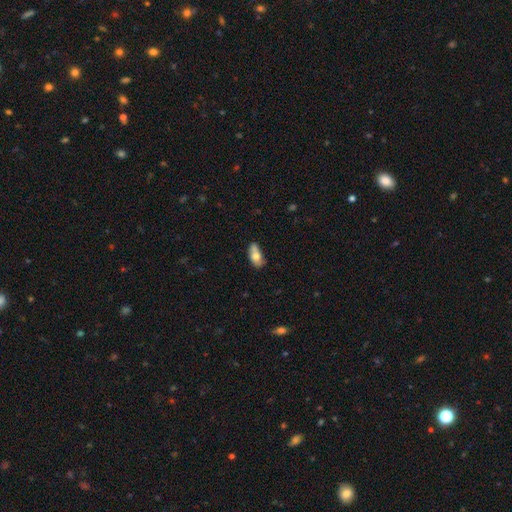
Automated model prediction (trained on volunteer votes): Smooth or featured: smooth — 70% (featured or disk — 23%)
How rounded: in between — 87% (cigar-shaped — 9%)
Merging: none — 56% (minor disturbance — 31%)